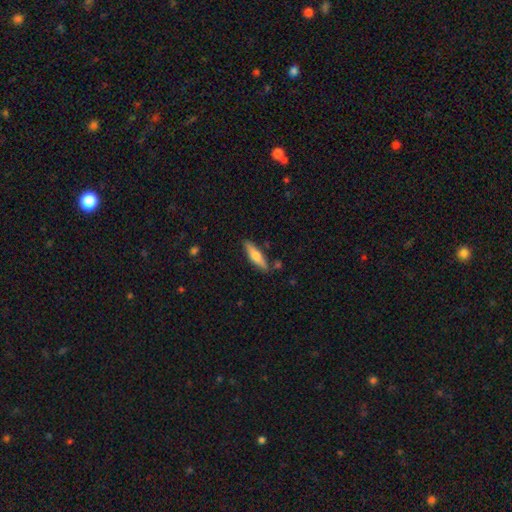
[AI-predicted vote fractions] Smooth or featured?
  - smooth: 66% *
  - featured or disk: 28%
  - star or artifact: 6%
How rounded?
  - cigar-shaped: 71% *
  - in between: 27%
  - round: 2%
Merging?
  - none: 82% *
  - minor disturbance: 12%
  - merger: 4%
  - major disturbance: 2%